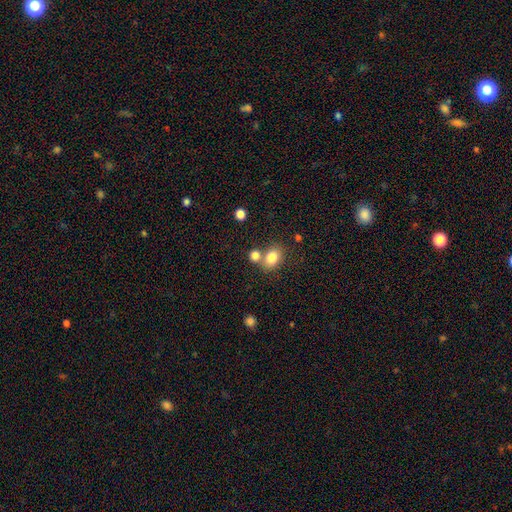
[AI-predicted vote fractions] Smooth or featured? smooth (81%)
How rounded? in between (51%)
Merging? none (51%)